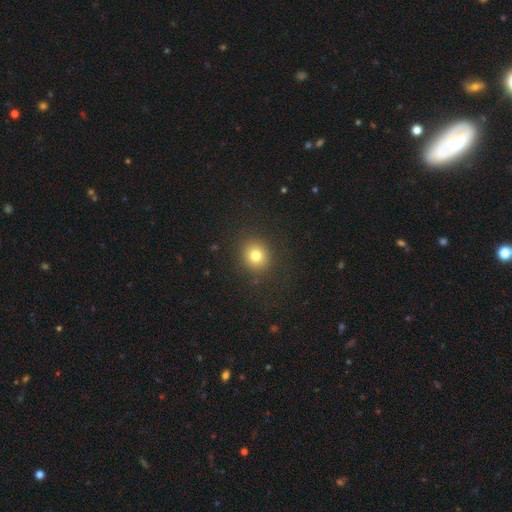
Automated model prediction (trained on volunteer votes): The model was most divided on "how rounded": round: 81%, in between: 18%, cigar-shaped: 1%. More confident: merging — none (89%); smooth or featured — smooth (78%).